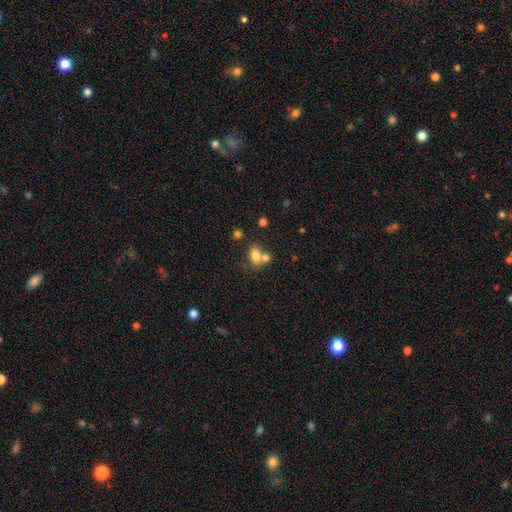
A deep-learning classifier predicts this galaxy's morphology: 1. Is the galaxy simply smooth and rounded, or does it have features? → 77% smooth, 13% featured or disk, 11% star or artifact.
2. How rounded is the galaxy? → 79% in between, 18% round, 3% cigar-shaped.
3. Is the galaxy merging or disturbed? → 45% merger, 39% none, 11% minor disturbance, 5% major disturbance.